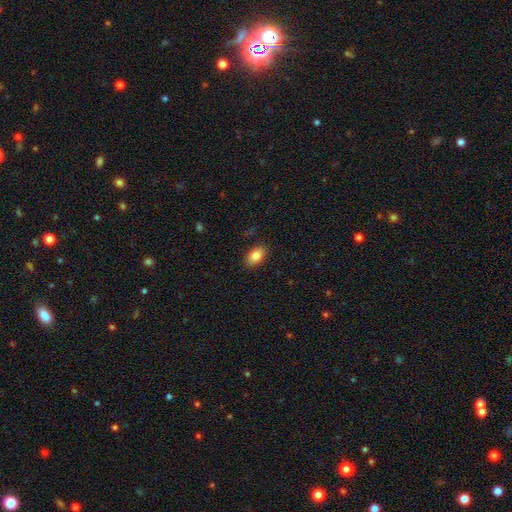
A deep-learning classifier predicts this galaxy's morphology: Smooth or featured? smooth (83%)
How rounded? in between (91%)
Merging? none (88%)